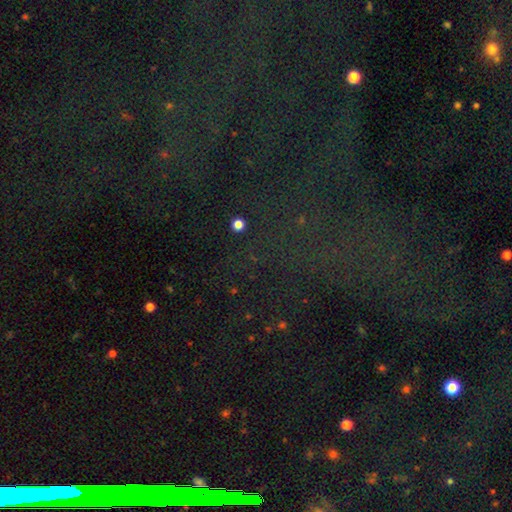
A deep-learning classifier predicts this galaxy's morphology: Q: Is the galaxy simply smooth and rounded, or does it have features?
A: star or artifact — 77%.